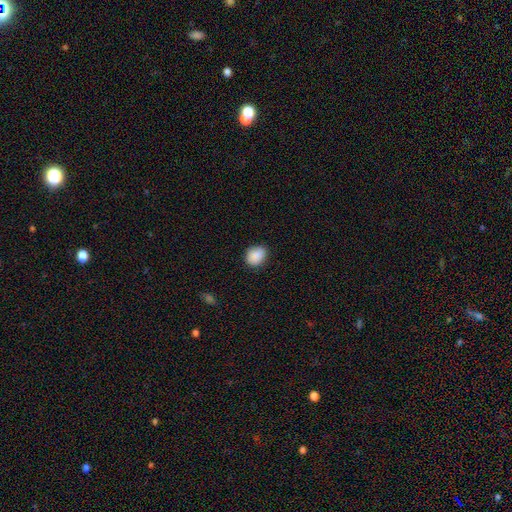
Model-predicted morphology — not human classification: smooth-or-featured: smooth: 89% | star or artifact: 7% | featured or disk: 4%
  how-rounded: in between: 54% | round: 45% | cigar-shaped: 1%
  merging: none: 81% | minor disturbance: 15% | major disturbance: 3% | merger: 1%